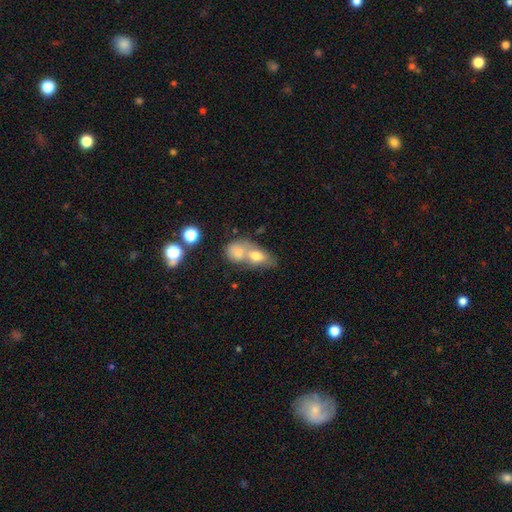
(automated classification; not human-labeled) This appears to be a smooth galaxy with no disk features (72%) that is in between round and cigar-shaped (76%). Merging: merger (67%).